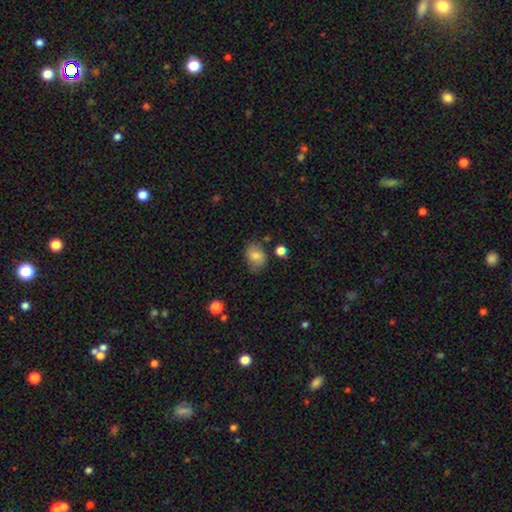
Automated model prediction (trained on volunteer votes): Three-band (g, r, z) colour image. It shows a smooth galaxy with no disk features (77%) that is in between round and cigar-shaped (64%). Merging: none (73%).